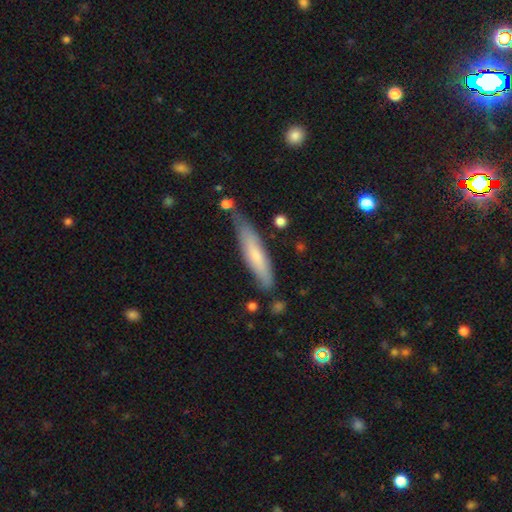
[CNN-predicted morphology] This is likely a smooth galaxy (63%). How rounded: clearly cigar-shaped (84%). Merging: likely none (70%).